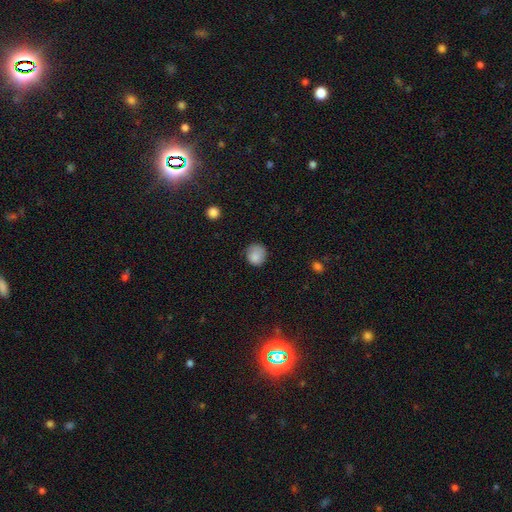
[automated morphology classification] Smooth or featured? Predicted: smooth (p=0.85). How rounded? Predicted: round (p=0.83). Merging? Predicted: none (p=0.67).